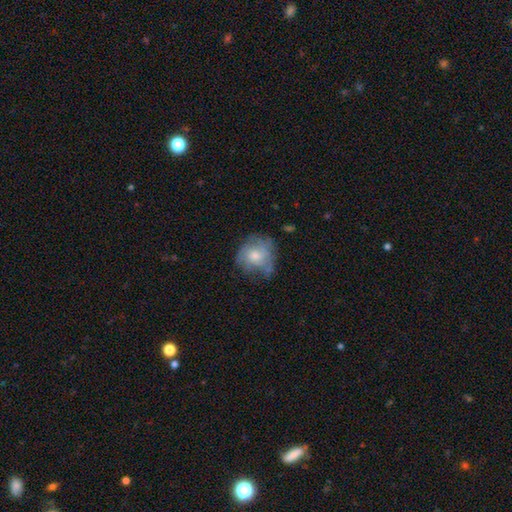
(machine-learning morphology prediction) Smooth or featured? smooth (53%)
How rounded? round (70%)
Merging? none (50%)